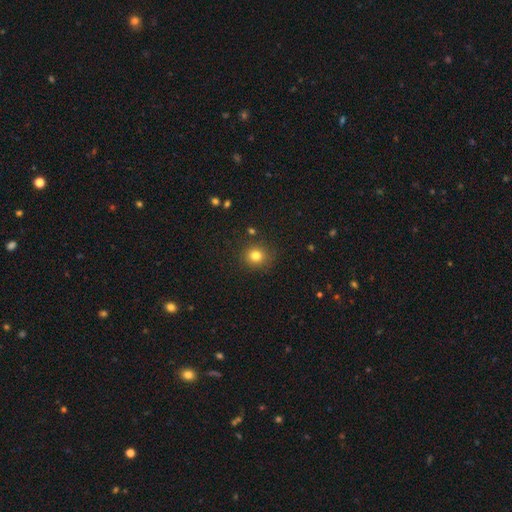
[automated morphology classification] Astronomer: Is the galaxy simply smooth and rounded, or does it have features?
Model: smooth — 81%.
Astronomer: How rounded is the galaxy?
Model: round — 85%.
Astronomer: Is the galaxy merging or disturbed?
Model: none — 87%.